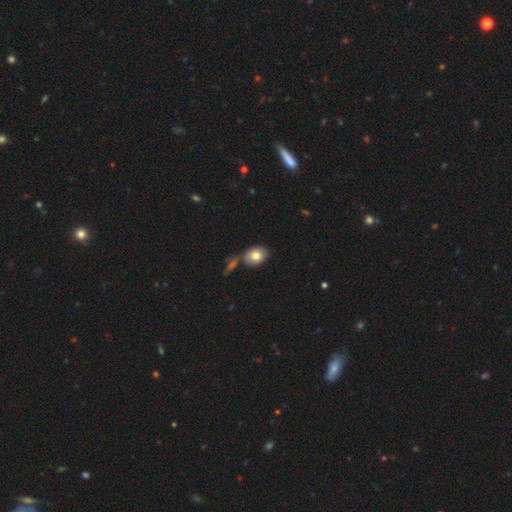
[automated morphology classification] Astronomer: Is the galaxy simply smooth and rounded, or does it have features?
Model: smooth — 79%.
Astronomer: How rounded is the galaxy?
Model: in between — 64%.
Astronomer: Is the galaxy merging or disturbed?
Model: none — 66%.